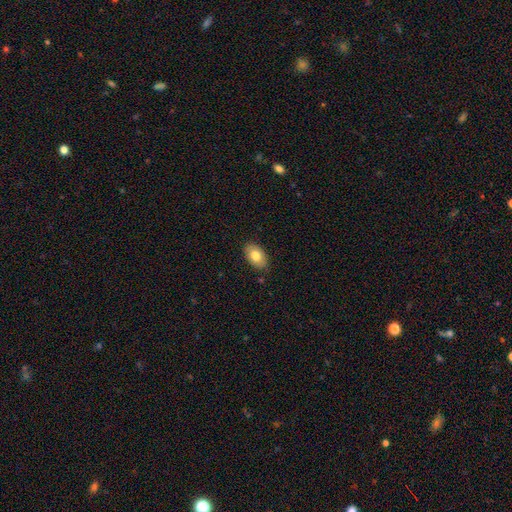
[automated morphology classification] Smooth or featured: smooth — 79% (featured or disk — 14%)
How rounded: in between — 91% (round — 8%)
Merging: none — 85% (minor disturbance — 12%)